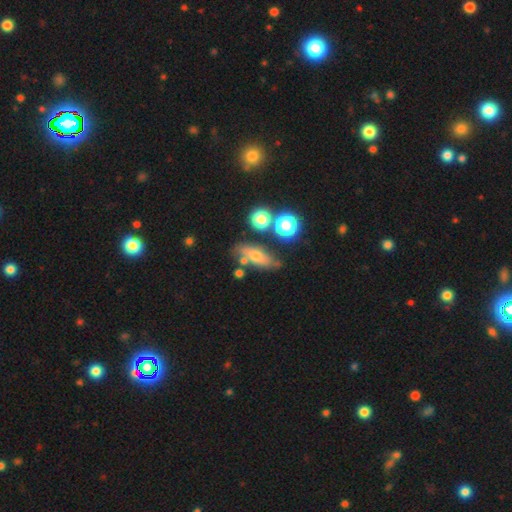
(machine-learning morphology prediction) smooth_or_featured: smooth (p=0.58) [alt: featured or disk p=0.30]
how_rounded: in between (p=0.57) [alt: cigar-shaped p=0.31]
merging: none (p=0.64) [alt: minor disturbance p=0.18]